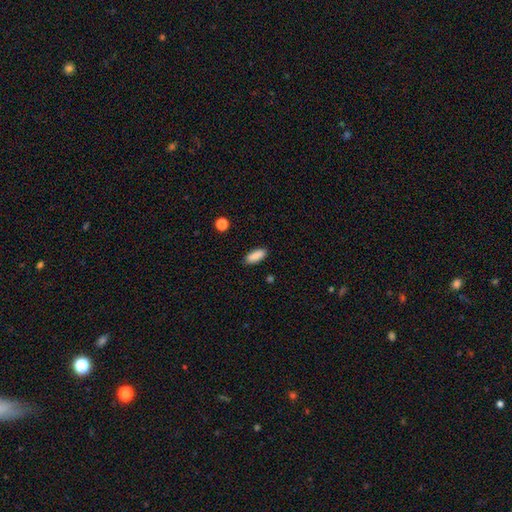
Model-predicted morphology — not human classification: This is clearly a smooth galaxy (88%). How rounded: likely in between (76%). Merging: clearly none (88%).